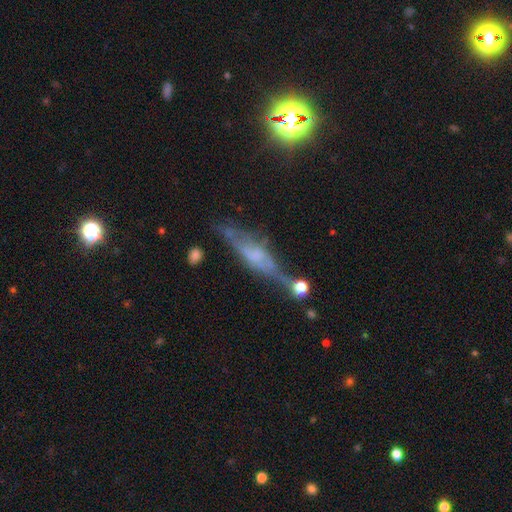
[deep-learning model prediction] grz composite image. It shows a featured or disk galaxy (68%) viewed edge-on (83%) with a boxy central bulge (42%). Merging: none (52%).